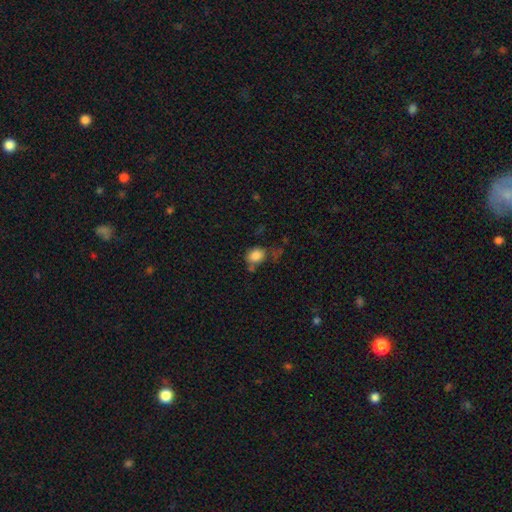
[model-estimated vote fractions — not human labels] A smooth galaxy with no disk features (82%) that is round (50%). Merging: none (46%).